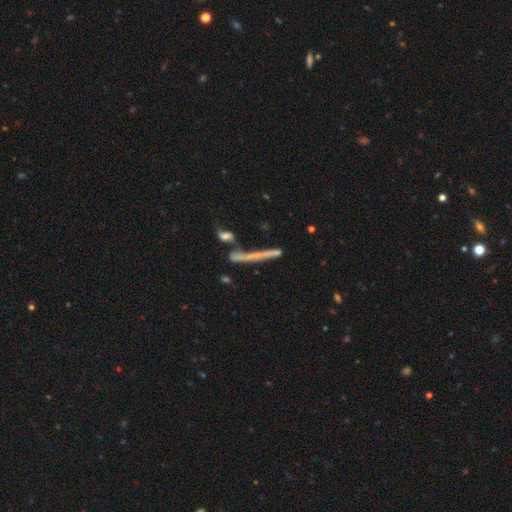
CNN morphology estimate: Overall: featured or disk (54%; smooth 34%). Edge-on disk: yes (85%). Merging: none (53%; merger 22%).